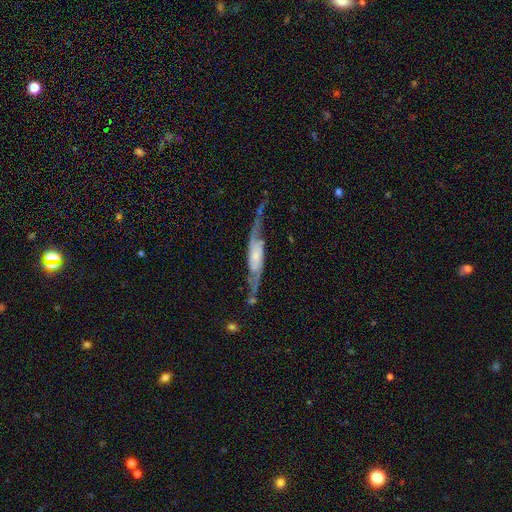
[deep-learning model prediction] Smooth or featured? Predicted: featured or disk (p=0.80). Edge-on disk? Predicted: no (p=0.67). Bar? Predicted: no (p=0.54). Spiral arms? Predicted: yes (p=0.91). Bulge size? Predicted: small (p=0.47). Merging? Predicted: none (p=0.52).